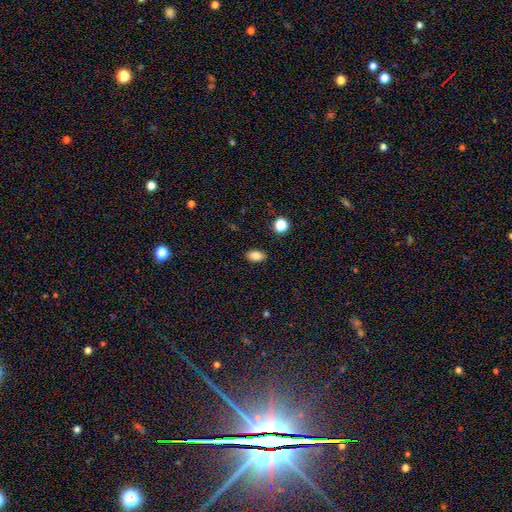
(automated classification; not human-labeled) smooth_or_featured: smooth (p=0.85) [alt: star or artifact p=0.10]
how_rounded: in between (p=0.88) [alt: round p=0.10]
merging: none (p=0.88) [alt: minor disturbance p=0.09]